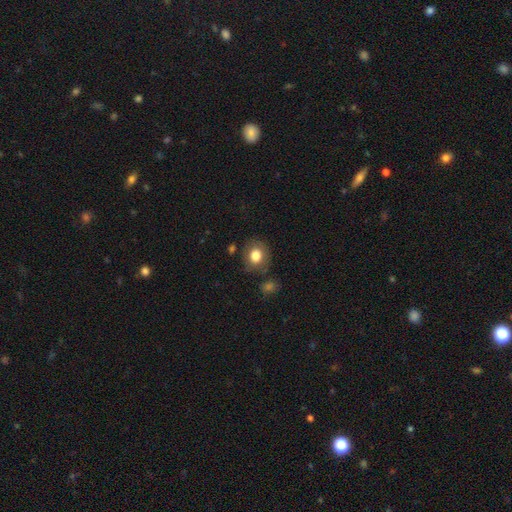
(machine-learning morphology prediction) smooth-or-featured: smooth: 79% | featured or disk: 12% | star or artifact: 9%
  how-rounded: round: 69% | in between: 30% | cigar-shaped: 1%
  merging: none: 79% | minor disturbance: 13% | major disturbance: 4% | merger: 4%